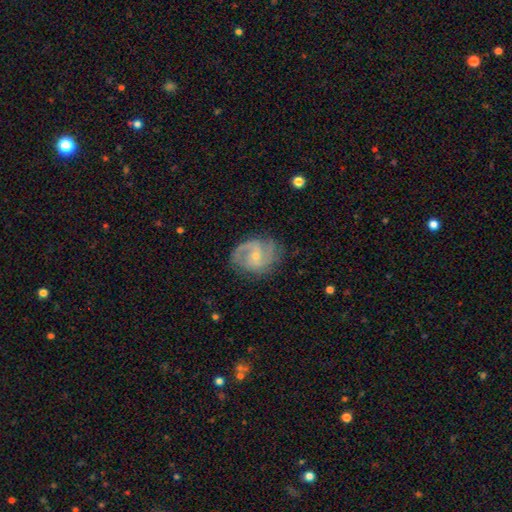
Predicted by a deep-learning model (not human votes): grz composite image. It shows a featured or disk galaxy (81%) with a weak bar (47%), 2 (64%) medium (51%) spiral arms (94%) and a small central bulge (66%). Merging: none (69%).